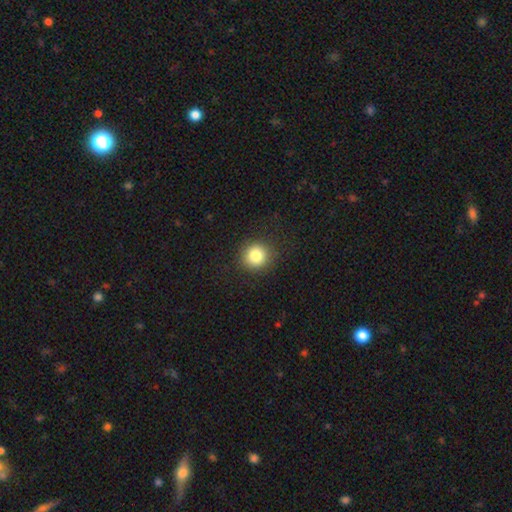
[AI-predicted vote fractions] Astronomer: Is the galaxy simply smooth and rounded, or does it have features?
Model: smooth — 83%.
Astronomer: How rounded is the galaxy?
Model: round — 91%.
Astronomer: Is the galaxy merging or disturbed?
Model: none — 90%.